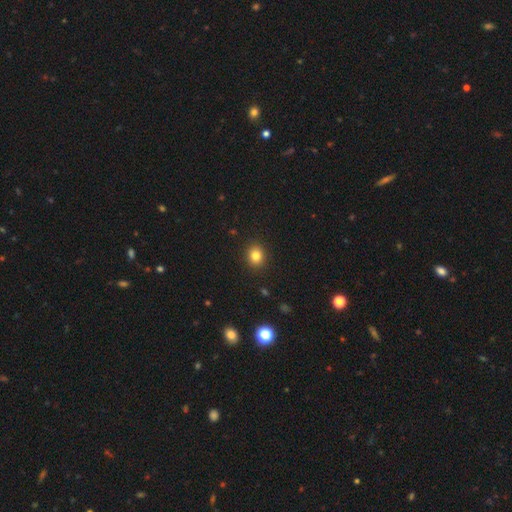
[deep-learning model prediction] Smooth or featured? smooth (82%)
How rounded? round (72%)
Merging? none (91%)